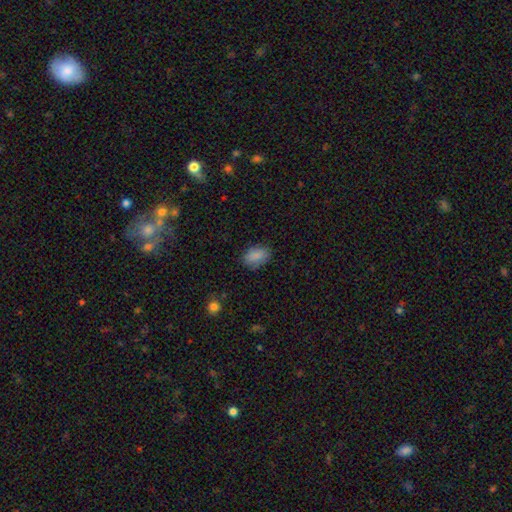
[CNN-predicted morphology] Smooth or featured? Predicted: smooth (p=0.86). How rounded? Predicted: in between (p=0.86). Merging? Predicted: none (p=0.79).